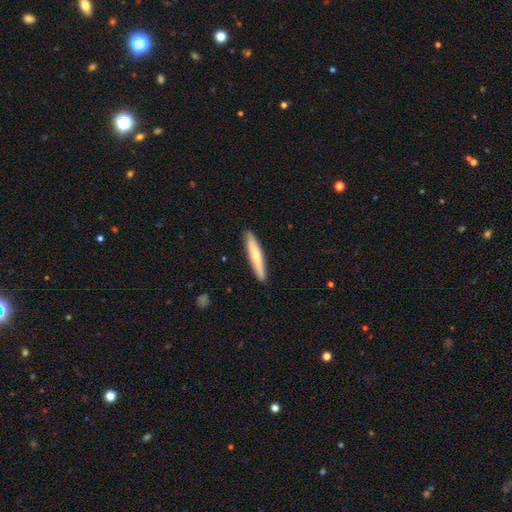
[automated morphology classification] smooth 64%, featured or disk 30%, star or artifact 5%. Down the decision tree: how rounded — cigar-shaped (92%); merging — none (90%).